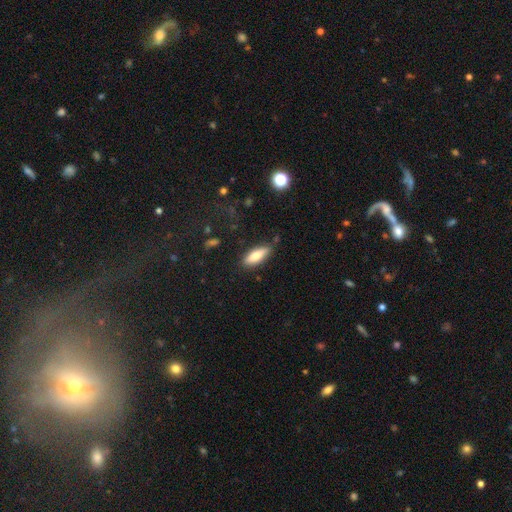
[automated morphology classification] Smooth or featured? smooth (78%)
How rounded? in between (67%)
Merging? none (81%)